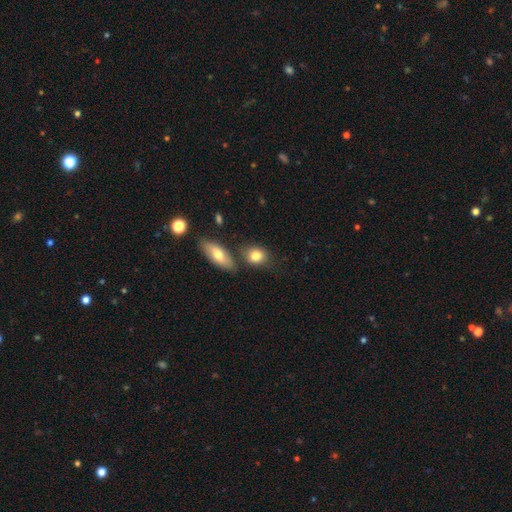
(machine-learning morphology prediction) Overall: smooth (81%). How rounded: in between (57%; round 40%). Merging: none (66%).